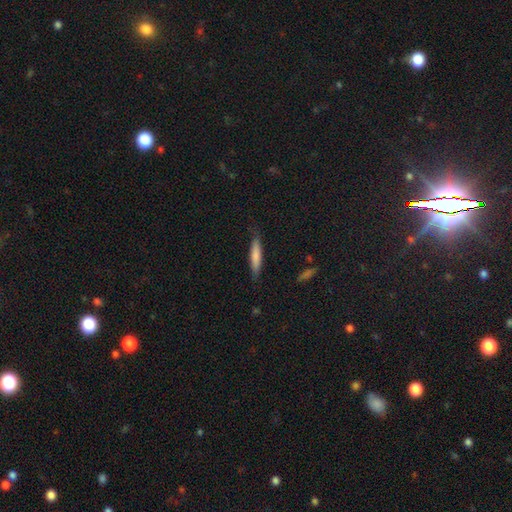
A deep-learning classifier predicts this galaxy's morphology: This appears to be a smooth galaxy with no disk features (76%) that is cigar-shaped (87%). Merging: none (82%).